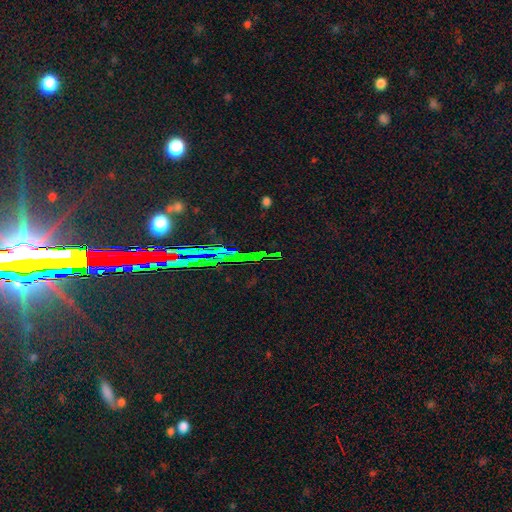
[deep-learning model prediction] Morphology: type=star or artifact (78%).